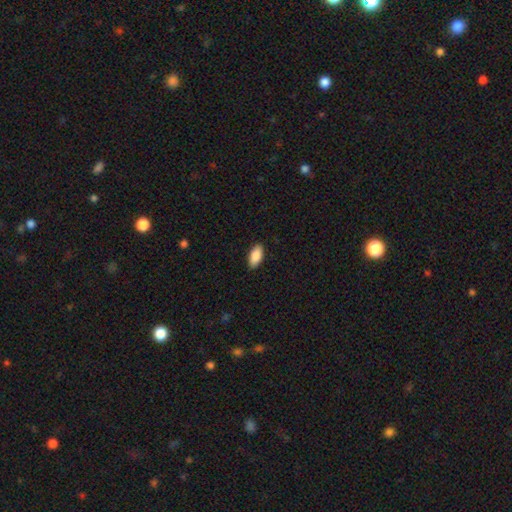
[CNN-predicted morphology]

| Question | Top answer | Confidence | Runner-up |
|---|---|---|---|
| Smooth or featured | smooth | 89% | star or artifact (6%) |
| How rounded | in between | 92% | cigar-shaped (6%) |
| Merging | none | 89% | minor disturbance (9%) |